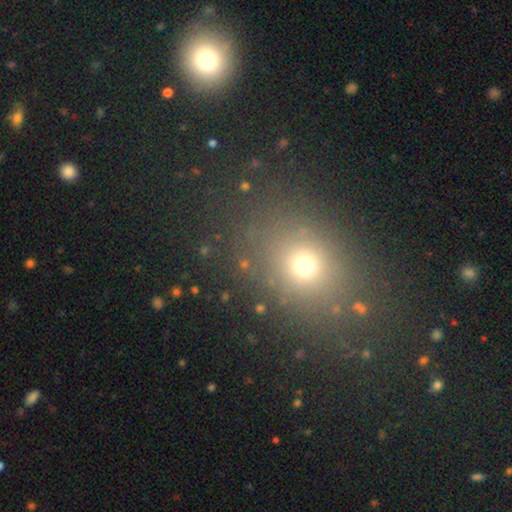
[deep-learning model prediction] The model was most divided on "how rounded" (2-way tie): round: 49%, in between: 49%, cigar-shaped: 2%. More confident: merging — none (82%); smooth or featured — smooth (61%).